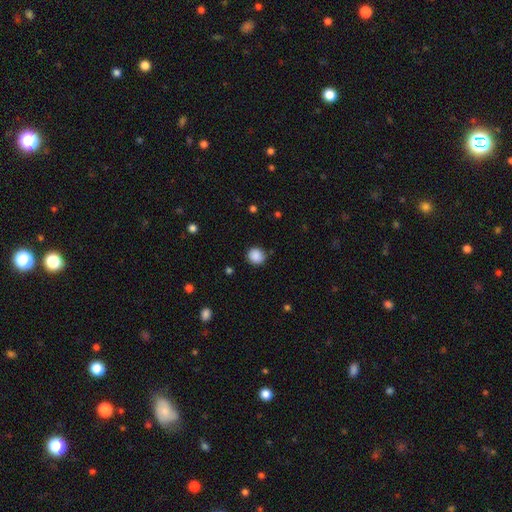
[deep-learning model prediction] Smooth or featured? smooth (88%)
How rounded? round (89%)
Merging? none (87%)